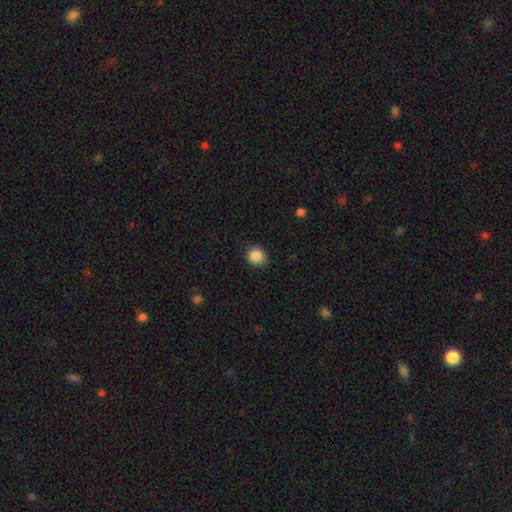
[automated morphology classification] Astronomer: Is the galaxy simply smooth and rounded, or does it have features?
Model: smooth — 87%.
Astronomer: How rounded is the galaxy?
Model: round — 83%.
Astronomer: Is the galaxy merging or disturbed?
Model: none — 82%.